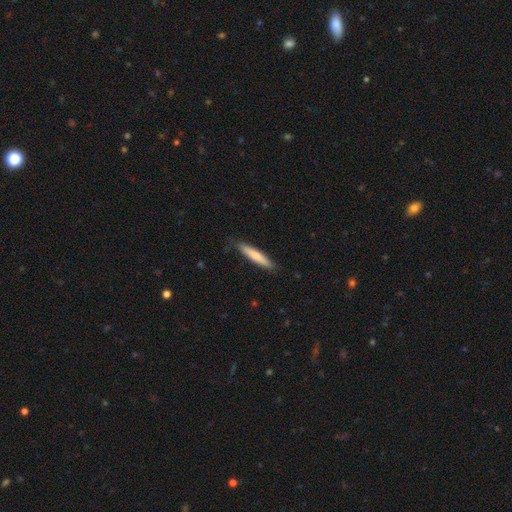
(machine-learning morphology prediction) Smooth or featured: smooth — 74% (featured or disk — 20%)
How rounded: cigar-shaped — 90% (in between — 9%)
Merging: none — 84% (minor disturbance — 13%)